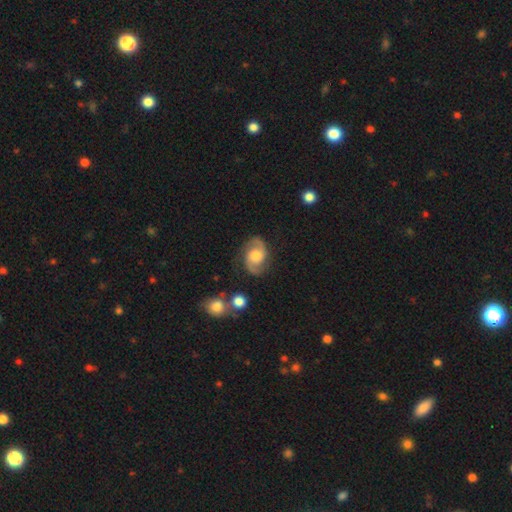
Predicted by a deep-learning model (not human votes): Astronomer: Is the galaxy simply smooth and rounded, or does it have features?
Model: featured or disk — 82%.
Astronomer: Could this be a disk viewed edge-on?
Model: no — 98%.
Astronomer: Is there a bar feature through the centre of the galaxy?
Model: no — 61%.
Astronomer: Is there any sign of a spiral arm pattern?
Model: yes — 96%.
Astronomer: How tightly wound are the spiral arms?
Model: medium — 54%.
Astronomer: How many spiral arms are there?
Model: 2 — 93%.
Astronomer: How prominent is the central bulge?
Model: moderate — 59%.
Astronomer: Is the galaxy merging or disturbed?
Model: none — 79%.